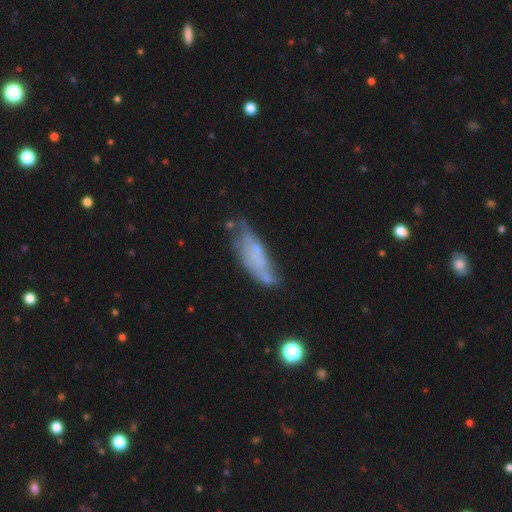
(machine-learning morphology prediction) Smooth or featured? featured or disk (46%)
Merging? none (49%)